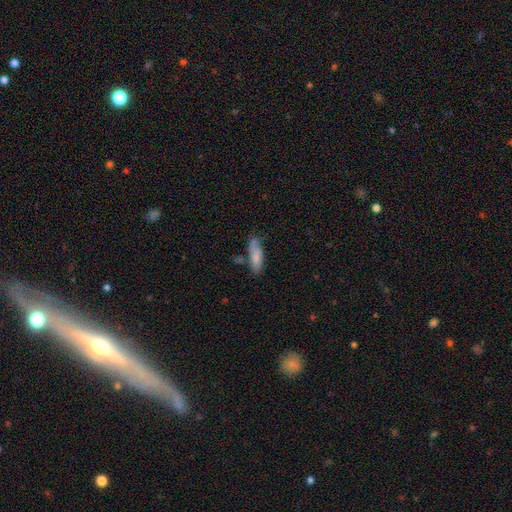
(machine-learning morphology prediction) This is clearly a smooth galaxy (80%). How rounded: possibly in between (50%). Merging: likely none (60%).